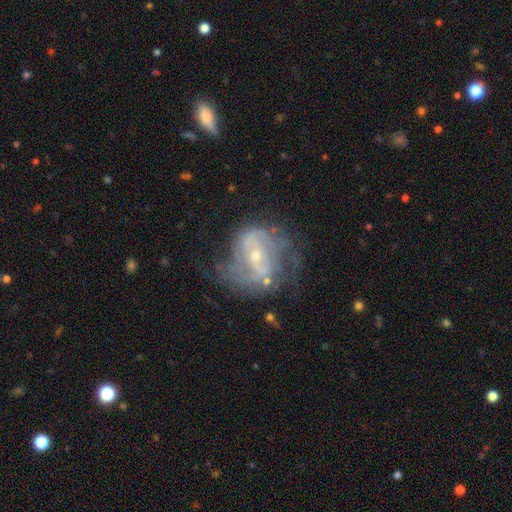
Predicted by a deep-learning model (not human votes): A featured or disk galaxy (81%) with a weak bar (42%), 2 (50%) medium (43%) spiral arms (82%) and a small central bulge (68%). Merging: none (52%).